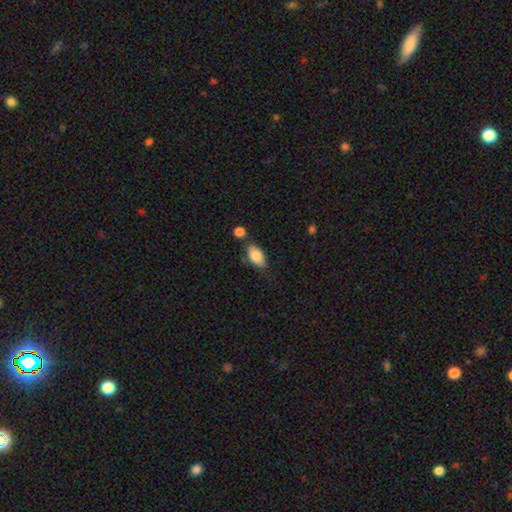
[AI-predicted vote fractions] A smooth galaxy with no disk features (82%) that is in between round and cigar-shaped (92%).

Vote fractions:
- Smooth or featured? smooth: 82% / featured or disk: 11% / star or artifact: 7%
- How rounded? in between: 92% / cigar-shaped: 5% / round: 4%
- Merging? none: 66% / minor disturbance: 20% / merger: 9% / major disturbance: 5%